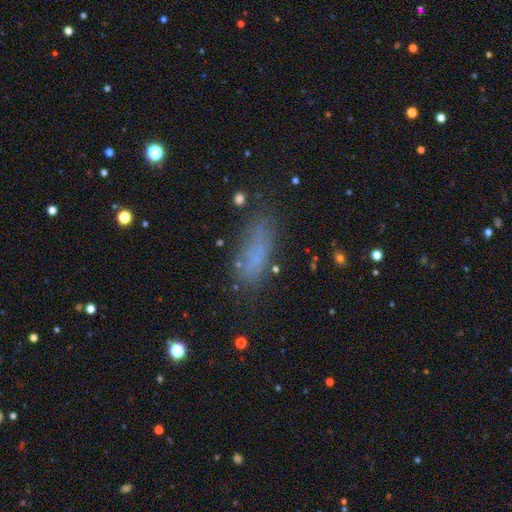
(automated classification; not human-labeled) Q: Smooth or featured?
A: smooth (67%); runner-up: featured or disk (16%)
Q: How rounded?
A: in between (66%); runner-up: cigar-shaped (31%)
Q: Merging?
A: none (66%); runner-up: minor disturbance (20%)